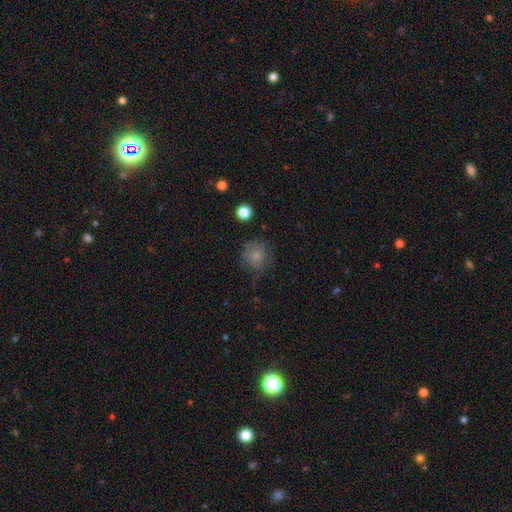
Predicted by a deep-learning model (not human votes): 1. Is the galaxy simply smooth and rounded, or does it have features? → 74% smooth, 14% featured or disk, 12% star or artifact.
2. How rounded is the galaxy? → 83% round, 16% in between, 1% cigar-shaped.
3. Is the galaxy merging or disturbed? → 65% none, 22% minor disturbance, 12% major disturbance, 2% merger.